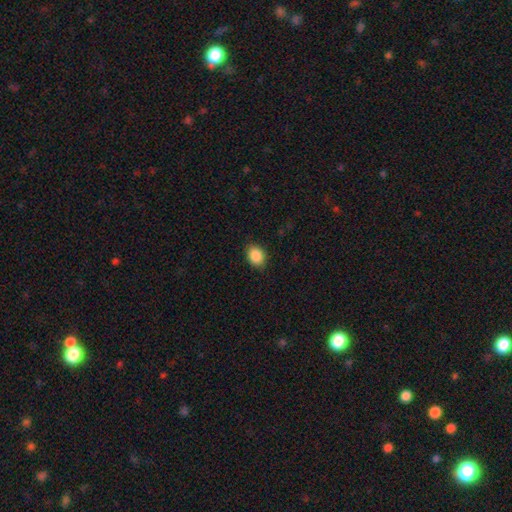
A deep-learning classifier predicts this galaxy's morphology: Overall: smooth (88%). How rounded: in between (61%; round 38%). Merging: none (88%).